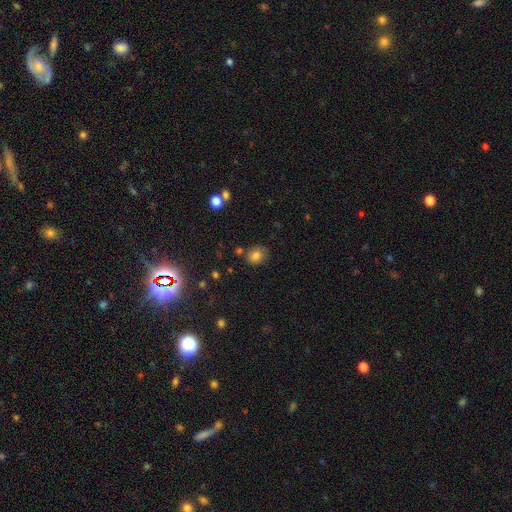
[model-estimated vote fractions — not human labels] smooth-or-featured: smooth: 80% | star or artifact: 12% | featured or disk: 8%
  how-rounded: round: 59% | in between: 40% | cigar-shaped: 1%
  merging: none: 76% | minor disturbance: 15% | merger: 5% | major disturbance: 3%